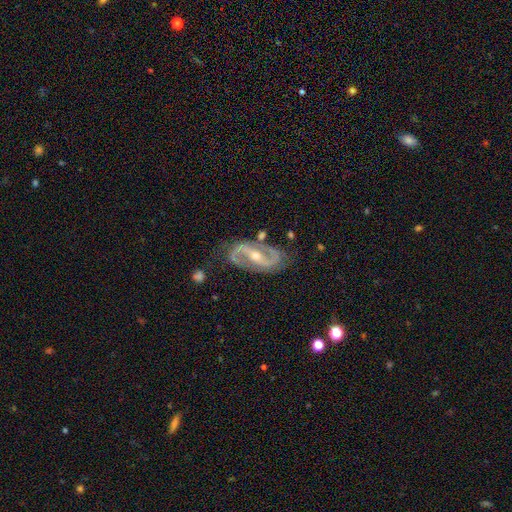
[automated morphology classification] A featured or disk galaxy (91%) with a strong bar (51%), 2 (93%) medium (52%) spiral arms (97%) and a moderate central bulge (52%).

Vote fractions:
- Smooth or featured? featured or disk: 91% / star or artifact: 5% / smooth: 4%
- Edge-on disk? no: 96% / yes: 4%
- Bar? strong: 51% / weak: 29% / no: 19%
- Spiral arms? yes: 97% / no: 3%
- Spiral winding? medium: 52% / loose: 26% / tight: 22%
- Spiral arm count? 2: 93% / can't tell: 2% / 1: 1% / 3: 1% / 4: 1% / more than 4: 1%
- Bulge size? moderate: 52% / small: 44% / large: 2% / none: 1% / dominant: 1%
- Merging? none: 75% / minor disturbance: 17% / major disturbance: 6% / merger: 3%